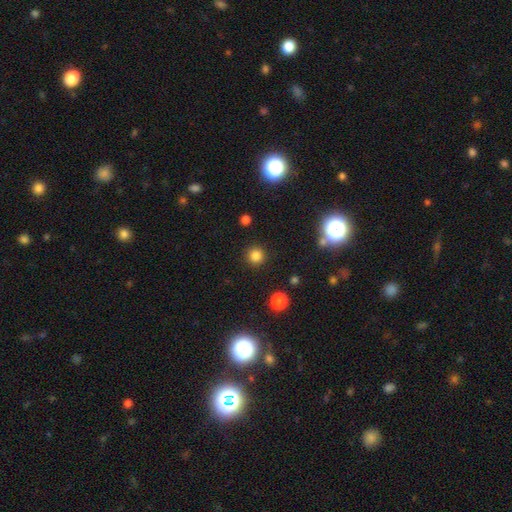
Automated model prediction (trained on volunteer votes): Smooth or featured? smooth (81%)
How rounded? round (95%)
Merging? none (91%)